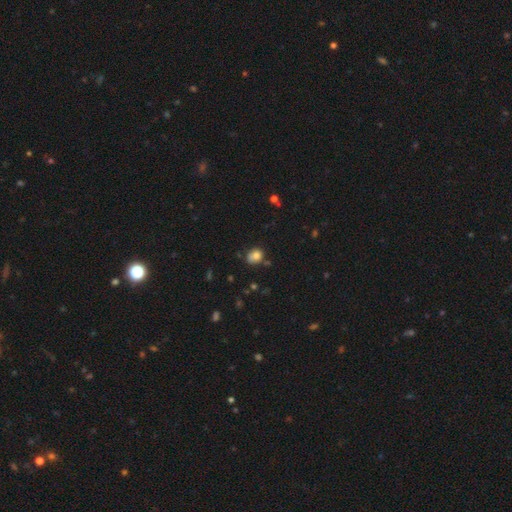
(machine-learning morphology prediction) Smooth or featured? smooth (80%)
How rounded? round (51%)
Merging? none (64%)